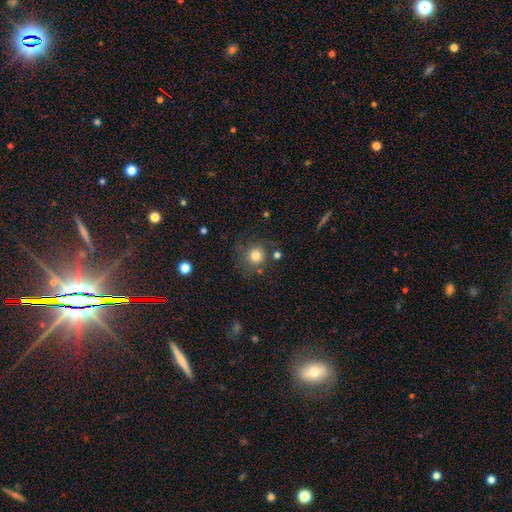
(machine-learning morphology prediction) This is likely a smooth galaxy (80%). How rounded: clearly round (91%). Merging: likely none (74%).